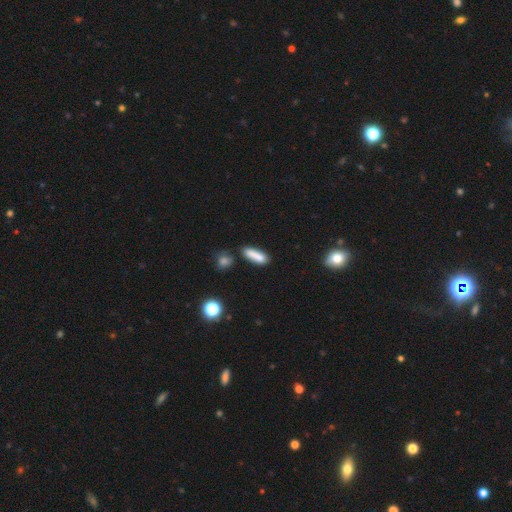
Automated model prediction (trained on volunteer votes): smooth_or_featured: smooth (p=0.81) [alt: featured or disk p=0.10]
how_rounded: cigar-shaped (p=0.60) [alt: in between p=0.38]
merging: none (p=0.63) [alt: minor disturbance p=0.17]